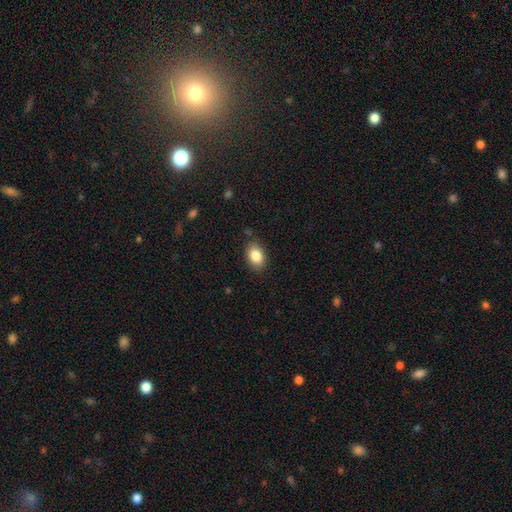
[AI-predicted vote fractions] smooth-or-featured: smooth: 86% | star or artifact: 8% | featured or disk: 7%
  how-rounded: in between: 84% | round: 14% | cigar-shaped: 1%
  merging: none: 84% | minor disturbance: 12% | major disturbance: 3% | merger: 2%